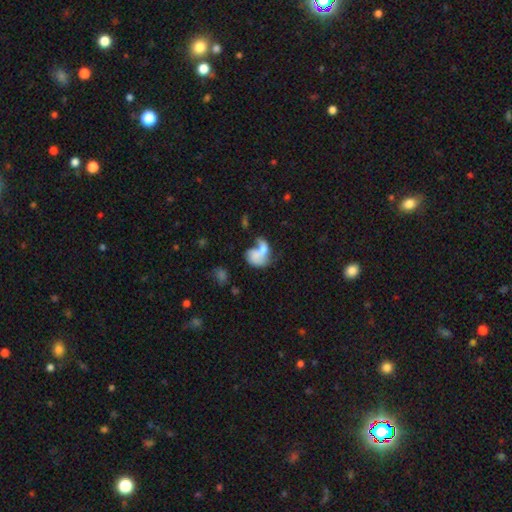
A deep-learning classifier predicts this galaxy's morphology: Smooth or featured?
  - smooth: 59% *
  - featured or disk: 31%
  - star or artifact: 10%
How rounded?
  - in between: 69% *
  - round: 29%
  - cigar-shaped: 2%
Merging?
  - merger: 60% *
  - none: 16%
  - major disturbance: 14%
  - minor disturbance: 10%